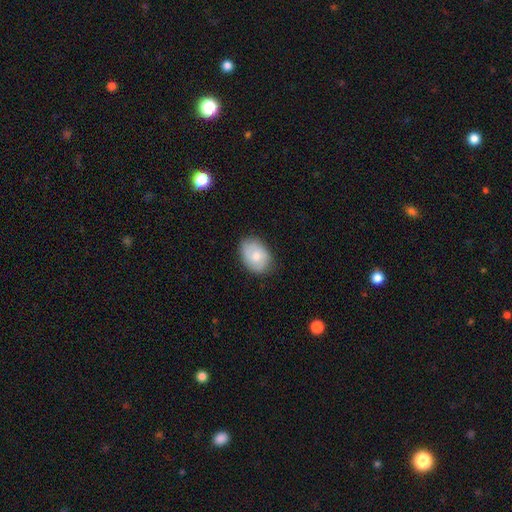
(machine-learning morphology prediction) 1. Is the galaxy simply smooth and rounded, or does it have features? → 69% smooth, 25% featured or disk, 7% star or artifact.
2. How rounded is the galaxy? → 75% in between, 24% round, 1% cigar-shaped.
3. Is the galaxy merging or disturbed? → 78% none, 18% minor disturbance, 3% major disturbance, 1% merger.